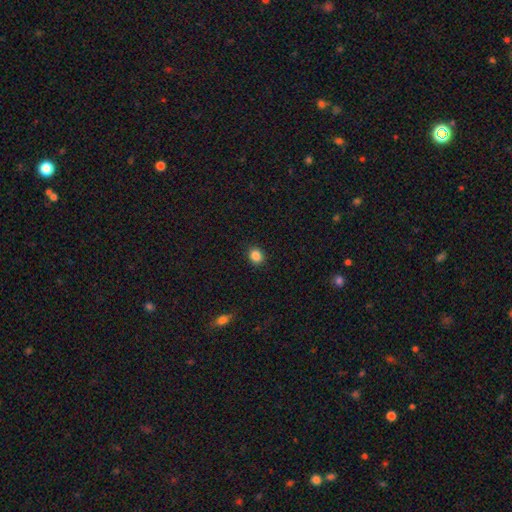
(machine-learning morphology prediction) A smooth galaxy with no disk features (87%) that is round (67%). Merging: none (91%).